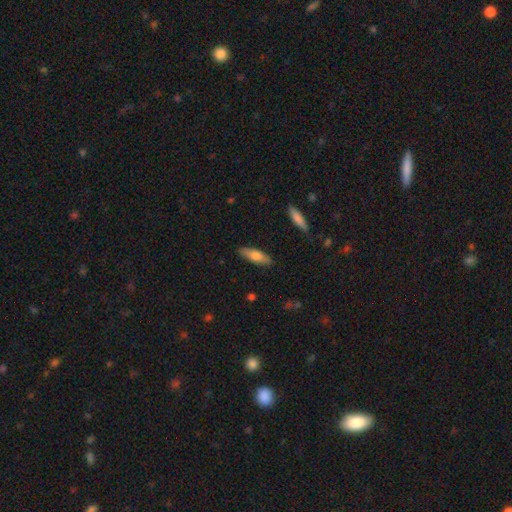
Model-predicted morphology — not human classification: This is likely a smooth galaxy (71%). How rounded: possibly in between (59%). Merging: clearly none (87%).